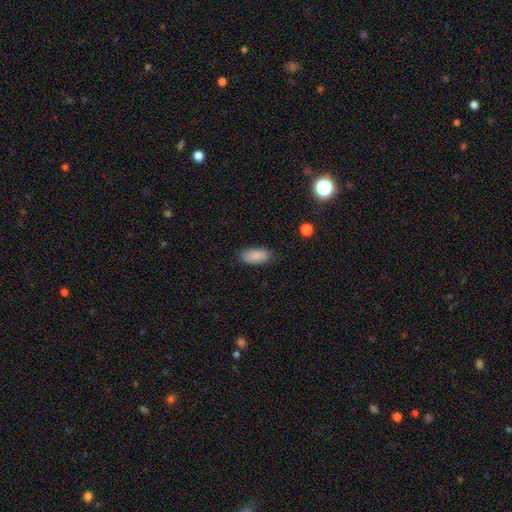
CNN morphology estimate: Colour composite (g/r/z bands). It shows a smooth galaxy with no disk features (88%) that is in between round and cigar-shaped (89%). Merging: none (81%).